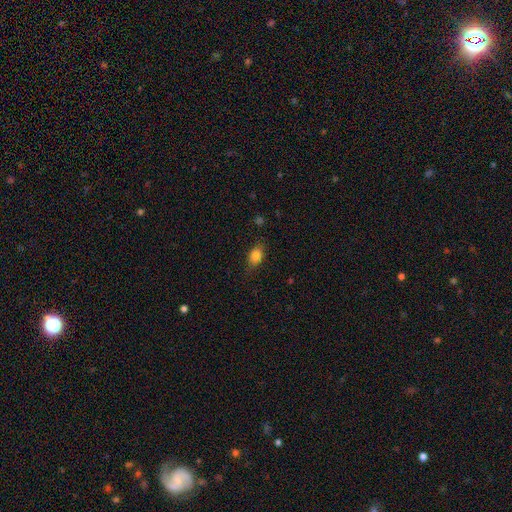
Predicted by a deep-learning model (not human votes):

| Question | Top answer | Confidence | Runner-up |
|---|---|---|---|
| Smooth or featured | smooth | 83% | star or artifact (9%) |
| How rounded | in between | 77% | round (20%) |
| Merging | none | 80% | minor disturbance (16%) |